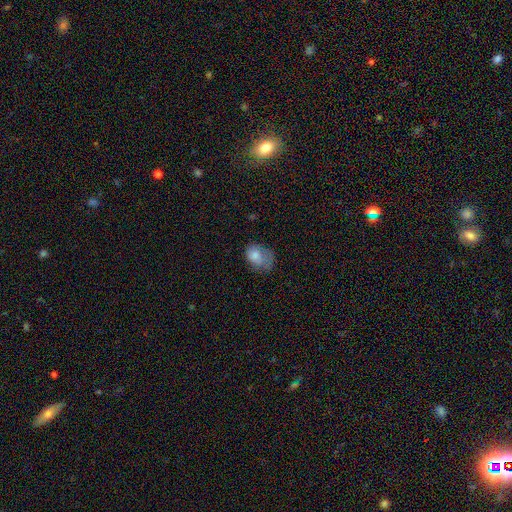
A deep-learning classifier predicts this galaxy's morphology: The model was most divided on "merging": major disturbance: 33%, none: 32%, minor disturbance: 32%, merger: 2%. More confident: smooth or featured — smooth (73%); how rounded — in between (69%).